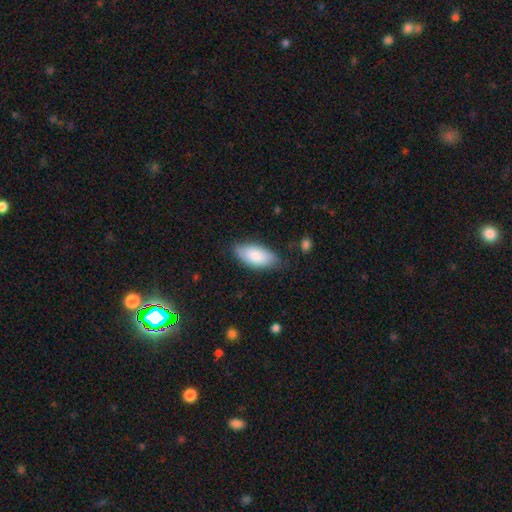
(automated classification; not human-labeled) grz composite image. It shows a smooth galaxy with no disk features (83%) that is in between round and cigar-shaped (90%). Merging: none (76%).